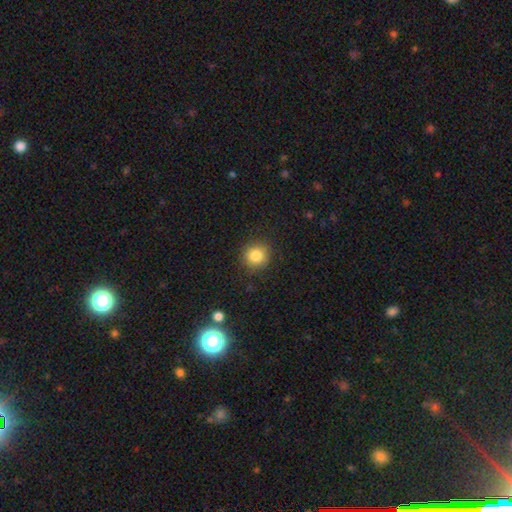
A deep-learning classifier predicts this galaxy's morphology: smooth_or_featured: smooth (p=0.83) [alt: star or artifact p=0.11]
how_rounded: round (p=0.90) [alt: in between p=0.09]
merging: none (p=0.88) [alt: minor disturbance p=0.08]